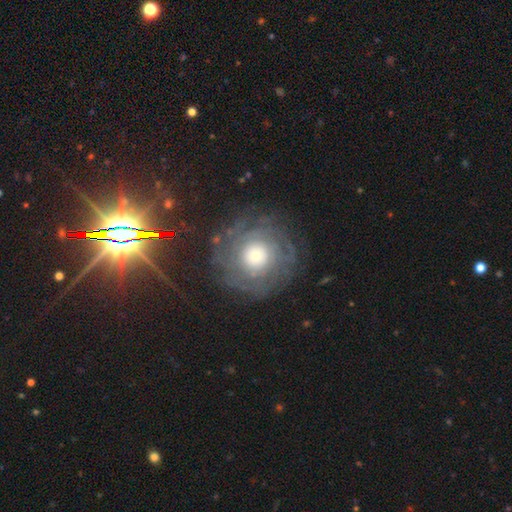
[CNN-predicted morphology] smooth_or_featured: featured or disk (p=0.67) [alt: smooth p=0.22]
disk_edge_on: no (p=0.96) [alt: yes p=0.04]
bar: no (p=0.87) [alt: weak p=0.10]
has_spiral_arms: yes (p=0.77) [alt: no p=0.23]
bulge_size: small (p=0.43) [alt: moderate p=0.36]
merging: none (p=0.75) [alt: minor disturbance p=0.12]